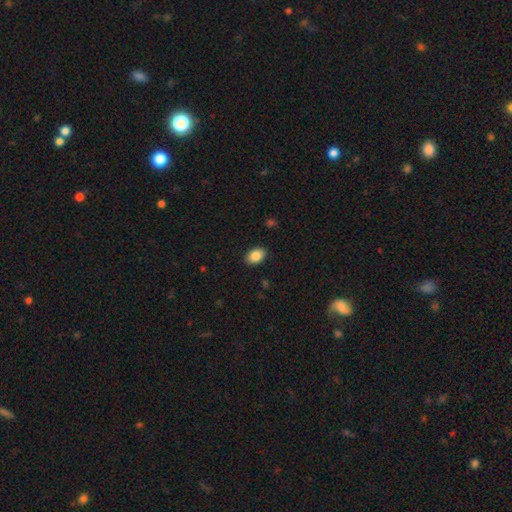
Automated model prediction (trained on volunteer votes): Smooth or featured?
  - smooth: 87% *
  - star or artifact: 8%
  - featured or disk: 6%
How rounded?
  - in between: 82% *
  - round: 17%
  - cigar-shaped: 1%
Merging?
  - none: 89% *
  - minor disturbance: 8%
  - major disturbance: 2%
  - merger: 1%